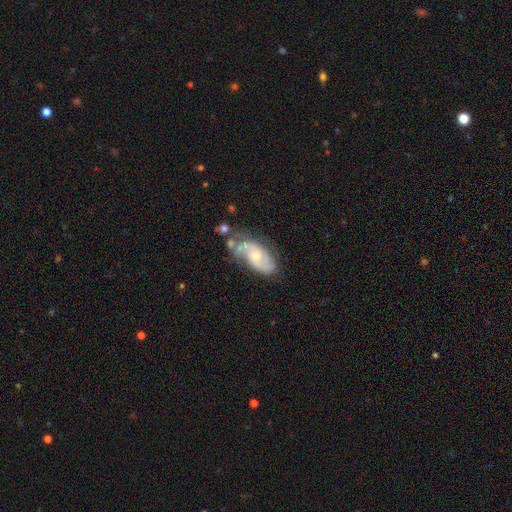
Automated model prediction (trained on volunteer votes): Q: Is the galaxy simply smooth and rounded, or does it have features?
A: featured or disk — 78%.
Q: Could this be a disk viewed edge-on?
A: no — 95%.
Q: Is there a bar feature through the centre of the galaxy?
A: no — 60%.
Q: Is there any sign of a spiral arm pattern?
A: yes — 93%.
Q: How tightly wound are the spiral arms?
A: medium — 47%.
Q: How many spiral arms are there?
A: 2 — 72%.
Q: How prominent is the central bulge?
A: small — 52%.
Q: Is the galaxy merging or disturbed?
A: none — 48%.